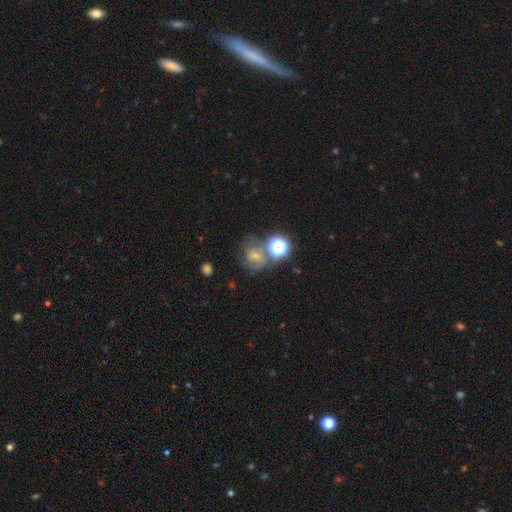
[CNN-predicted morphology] Smooth or featured: featured or disk — 43% (smooth — 35%)
Merging: none — 49% (merger — 19%)